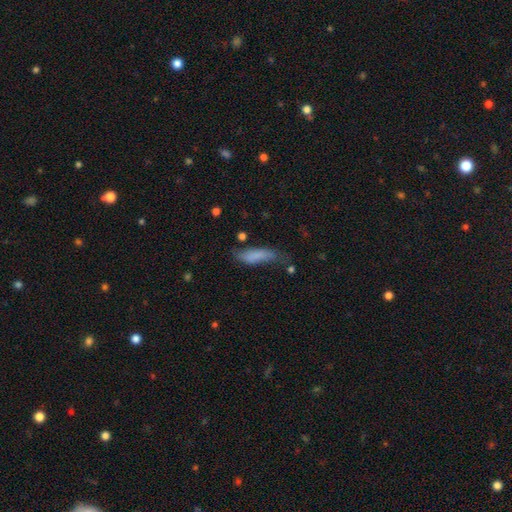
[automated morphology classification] smooth-or-featured: smooth: 74% | featured or disk: 18% | star or artifact: 8%
  how-rounded: cigar-shaped: 58% | in between: 40% | round: 2%
  merging: none: 46% | minor disturbance: 33% | major disturbance: 15% | merger: 5%